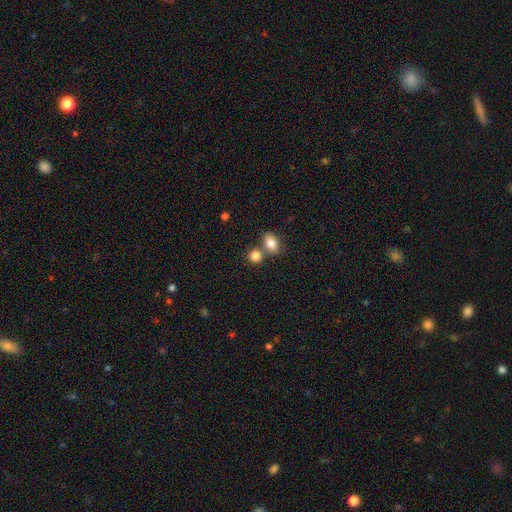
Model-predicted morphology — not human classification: Q: Smooth or featured?
A: smooth (84%); runner-up: star or artifact (9%)
Q: How rounded?
A: round (67%); runner-up: in between (32%)
Q: Merging?
A: none (53%); runner-up: merger (35%)